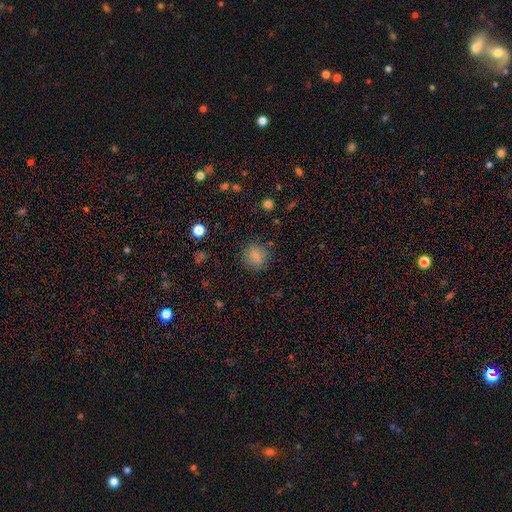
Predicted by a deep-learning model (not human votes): smooth 77%, star or artifact 13%, featured or disk 10%. Down the decision tree: how rounded — round (88%); merging — none (85%).